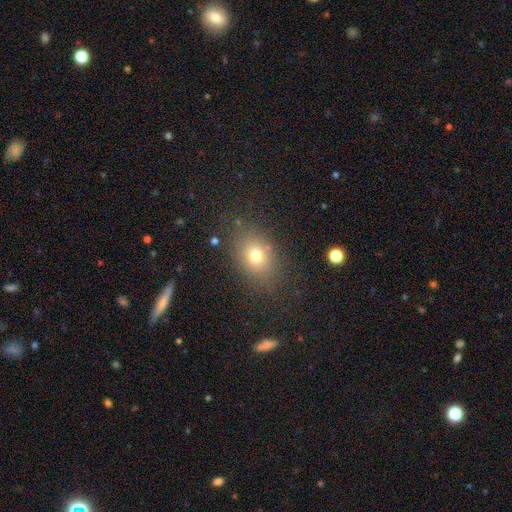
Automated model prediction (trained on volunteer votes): A smooth galaxy with no disk features (73%) that is in between round and cigar-shaped (66%). Merging: none (81%).